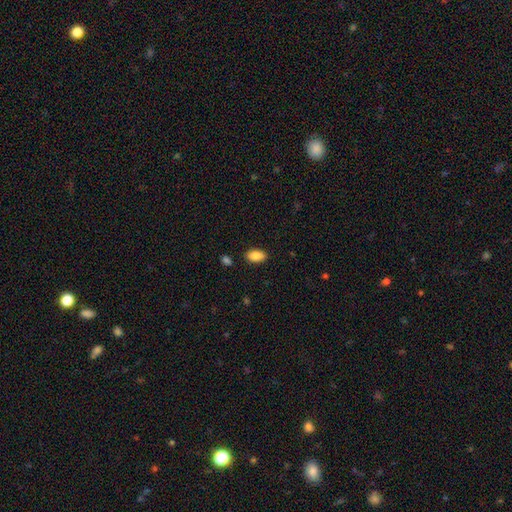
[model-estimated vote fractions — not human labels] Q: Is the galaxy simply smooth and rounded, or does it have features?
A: smooth — 86%.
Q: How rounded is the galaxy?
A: in between — 93%.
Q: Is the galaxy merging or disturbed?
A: none — 87%.